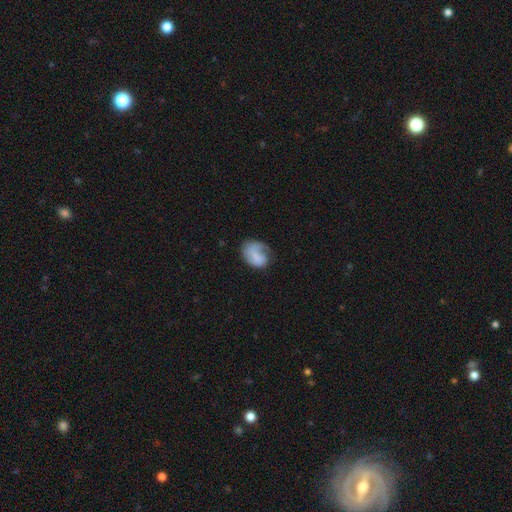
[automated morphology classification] A smooth galaxy with no disk features (53%) that is in between round and cigar-shaped (66%). Merging: none (43%).